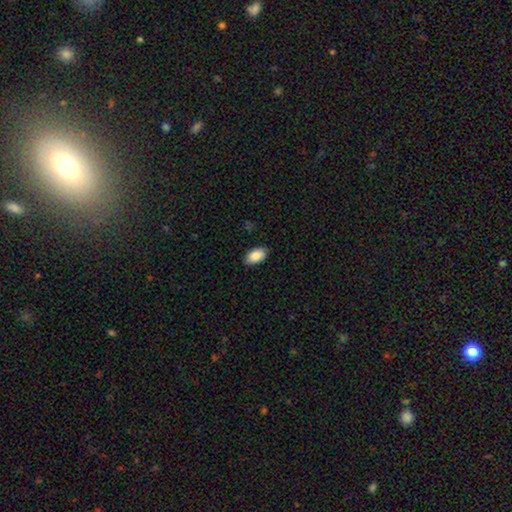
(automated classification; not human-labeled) smooth 89%, star or artifact 6%, featured or disk 4%. Down the decision tree: how rounded — in between (95%); merging — none (87%).